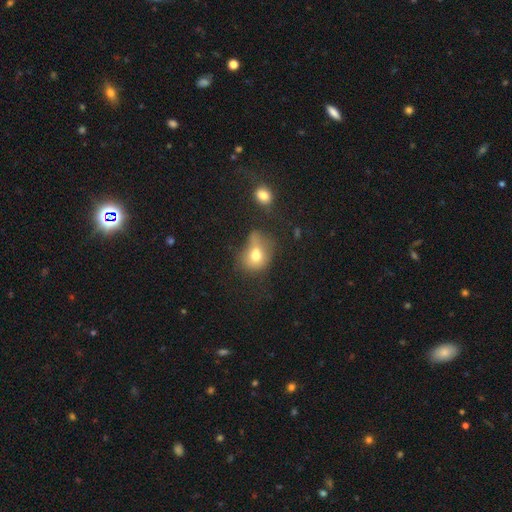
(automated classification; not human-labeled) smooth-or-featured: smooth: 71% | featured or disk: 17% | star or artifact: 11%
  how-rounded: round: 53% | in between: 46% | cigar-shaped: 1%
  merging: none: 28% | minor disturbance: 24% | major disturbance: 24% | merger: 23%